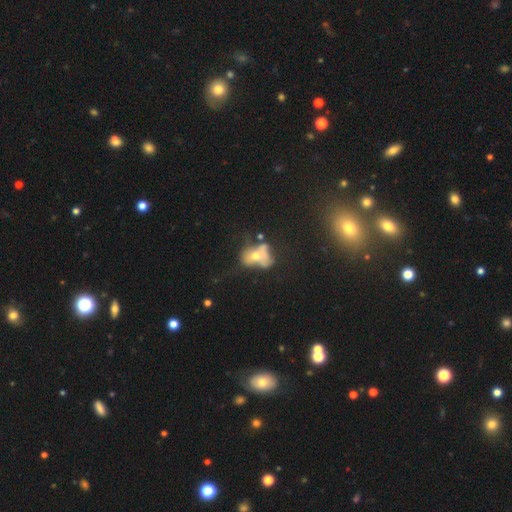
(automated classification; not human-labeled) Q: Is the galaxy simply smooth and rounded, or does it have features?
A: smooth — 45%.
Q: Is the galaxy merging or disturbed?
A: major disturbance — 34%.